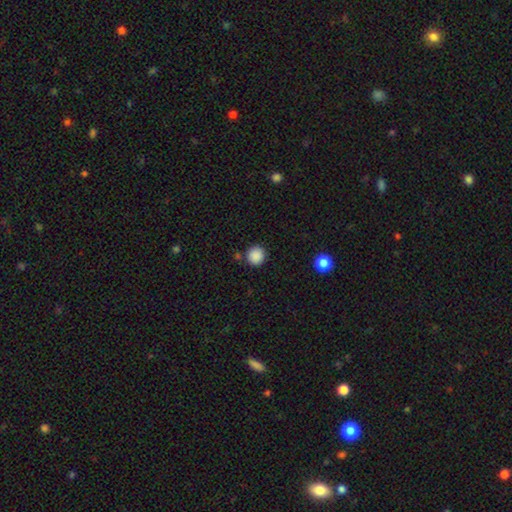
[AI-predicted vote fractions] Smooth or featured? Predicted: smooth (p=0.87). How rounded? Predicted: round (p=0.93). Merging? Predicted: none (p=0.86).